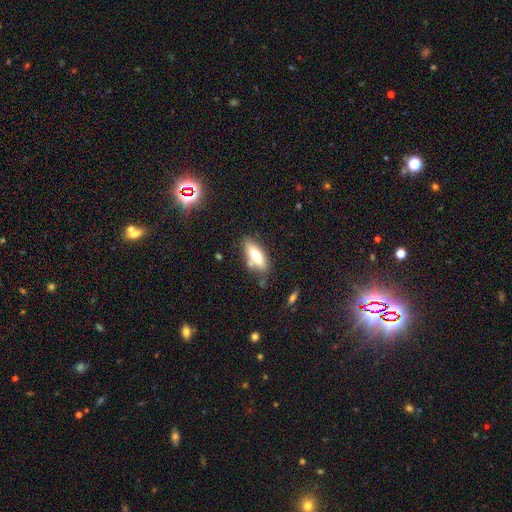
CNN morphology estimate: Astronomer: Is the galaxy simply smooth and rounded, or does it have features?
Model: smooth — 63%.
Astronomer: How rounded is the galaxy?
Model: in between — 64%.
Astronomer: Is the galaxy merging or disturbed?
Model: none — 72%.